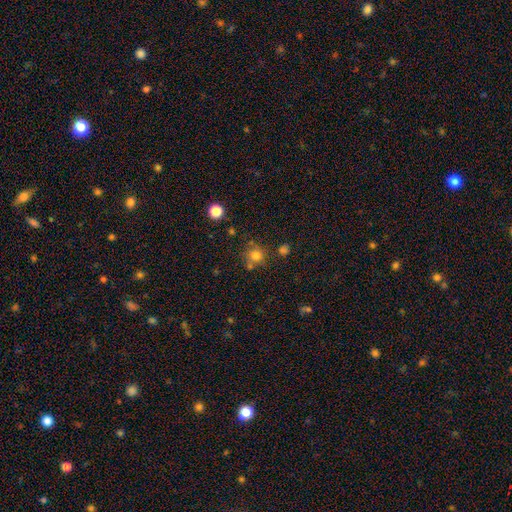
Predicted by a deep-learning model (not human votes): Smooth or featured: smooth — 76% (star or artifact — 15%)
How rounded: round — 88% (in between — 11%)
Merging: none — 68% (merger — 14%)